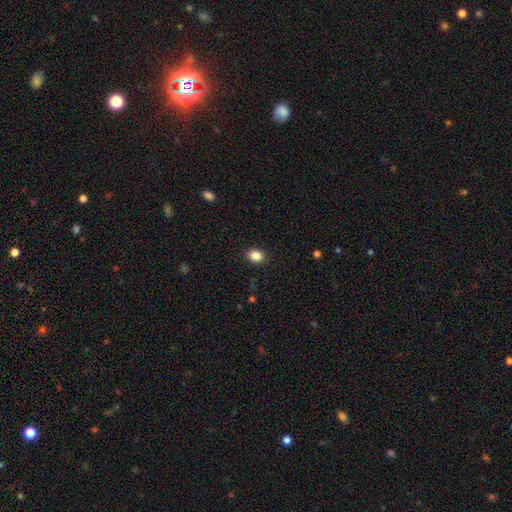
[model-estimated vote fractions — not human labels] Q: Smooth or featured?
A: smooth (86%); runner-up: star or artifact (10%)
Q: How rounded?
A: round (51%); runner-up: in between (48%)
Q: Merging?
A: none (91%); runner-up: minor disturbance (6%)